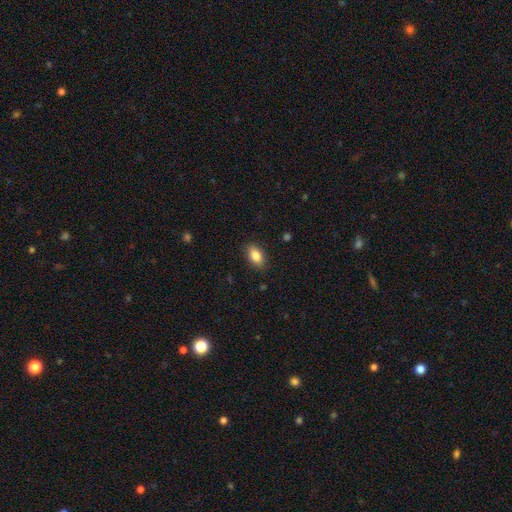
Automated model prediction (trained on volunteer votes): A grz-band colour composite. It shows a smooth galaxy with no disk features (85%) that is in between round and cigar-shaped (89%). Merging: none (86%).